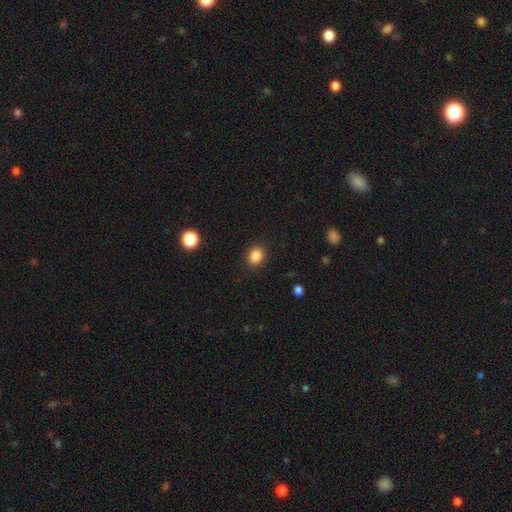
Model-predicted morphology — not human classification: Smooth or featured? smooth (86%)
How rounded? round (61%)
Merging? none (89%)